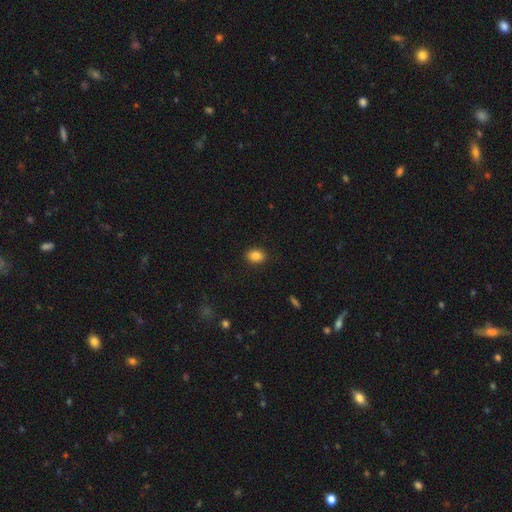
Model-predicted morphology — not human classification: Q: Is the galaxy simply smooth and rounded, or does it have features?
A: smooth — 86%.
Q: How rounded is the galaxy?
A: in between — 72%.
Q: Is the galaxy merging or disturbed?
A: none — 89%.